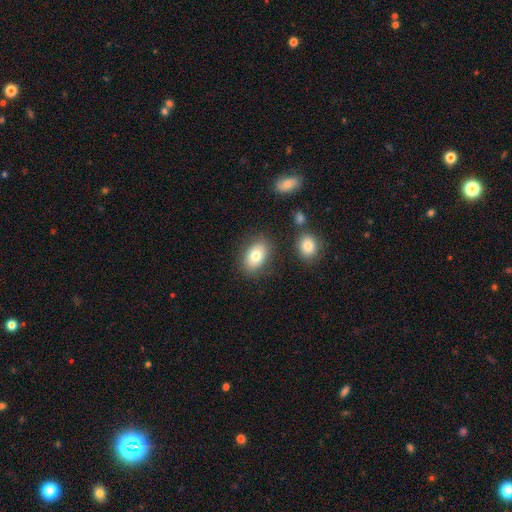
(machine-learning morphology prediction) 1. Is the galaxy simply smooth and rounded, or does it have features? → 79% smooth, 13% featured or disk, 8% star or artifact.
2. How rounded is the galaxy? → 85% in between, 14% round, 1% cigar-shaped.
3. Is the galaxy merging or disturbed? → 81% none, 11% minor disturbance, 4% merger, 4% major disturbance.